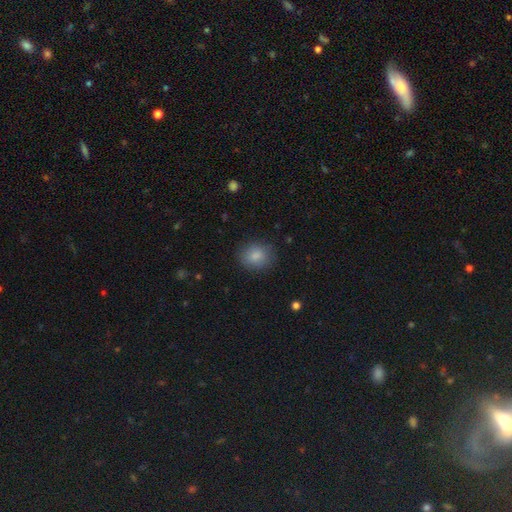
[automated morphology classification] Q: Smooth or featured?
A: smooth (86%); runner-up: star or artifact (8%)
Q: How rounded?
A: round (69%); runner-up: in between (30%)
Q: Merging?
A: none (83%); runner-up: minor disturbance (12%)